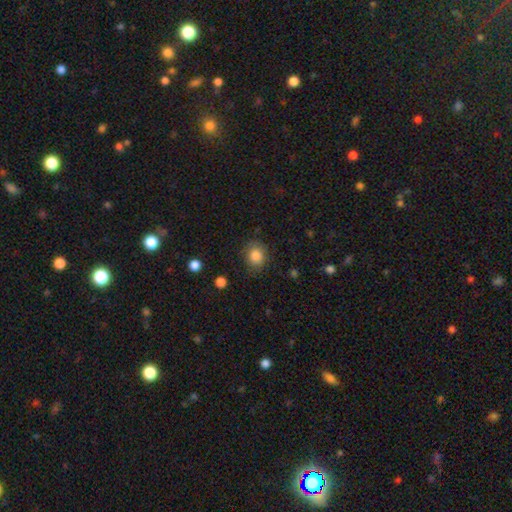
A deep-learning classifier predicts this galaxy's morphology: Q: Smooth or featured?
A: smooth (84%); runner-up: star or artifact (10%)
Q: How rounded?
A: round (73%); runner-up: in between (26%)
Q: Merging?
A: none (81%); runner-up: minor disturbance (14%)